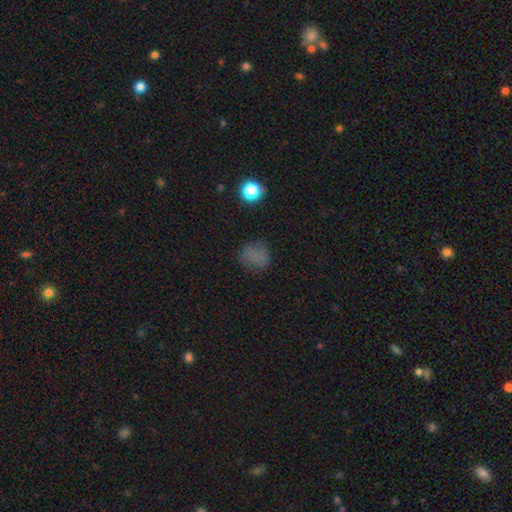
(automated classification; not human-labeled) Overall: smooth (69%). How rounded: round (74%). Merging: none (73%).